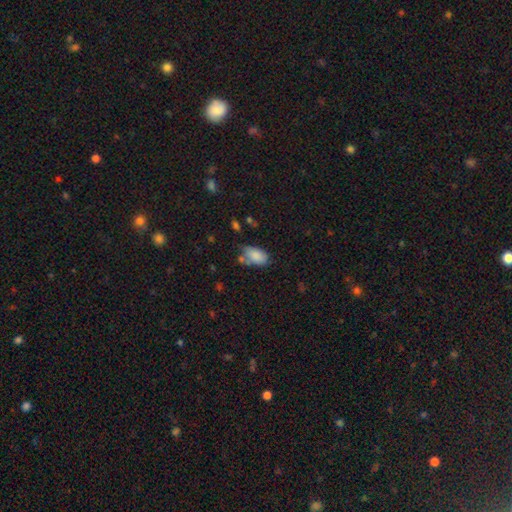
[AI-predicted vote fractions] This appears to be a smooth galaxy with no disk features (85%) that is in between round and cigar-shaped (93%). Merging: none (53%).